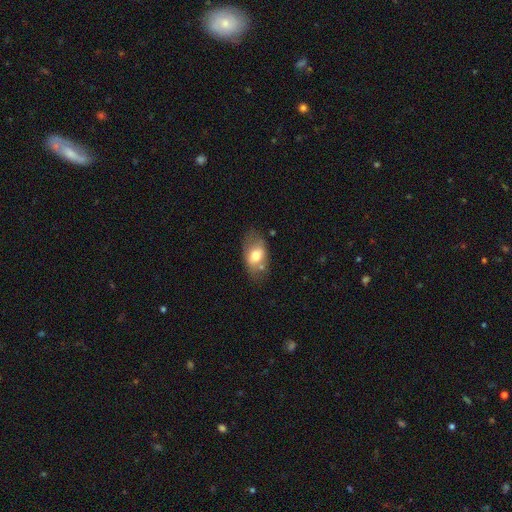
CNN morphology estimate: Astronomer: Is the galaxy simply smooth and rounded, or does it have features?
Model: smooth — 66%.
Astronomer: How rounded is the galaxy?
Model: in between — 89%.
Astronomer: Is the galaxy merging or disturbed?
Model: none — 63%.